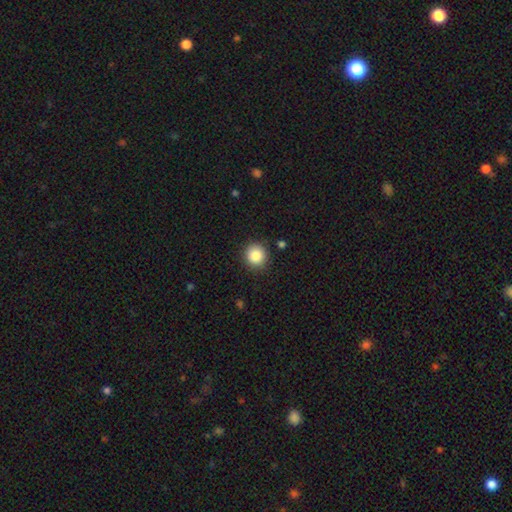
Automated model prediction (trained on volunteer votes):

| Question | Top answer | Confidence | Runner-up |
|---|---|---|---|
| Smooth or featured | smooth | 86% | star or artifact (9%) |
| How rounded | round | 92% | in between (7%) |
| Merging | none | 89% | minor disturbance (7%) |